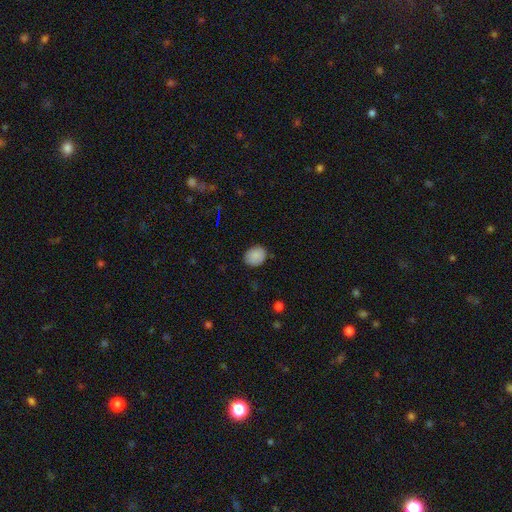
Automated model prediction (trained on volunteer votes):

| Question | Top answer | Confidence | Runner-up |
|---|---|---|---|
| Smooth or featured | smooth | 88% | star or artifact (9%) |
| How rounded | round | 57% | in between (42%) |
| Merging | none | 84% | minor disturbance (12%) |